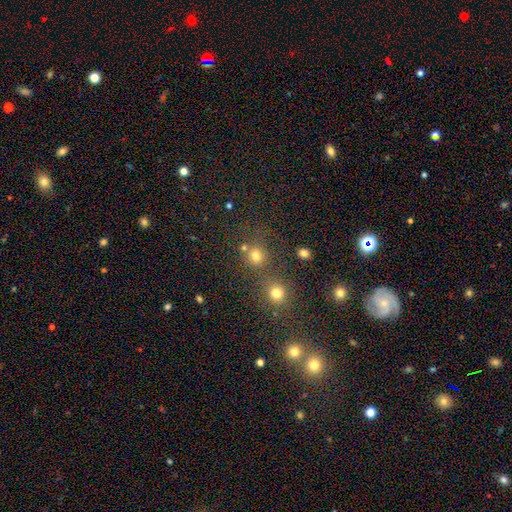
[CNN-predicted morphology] This appears to be a smooth galaxy with no disk features (75%) that is round (85%). Merging: none (60%).